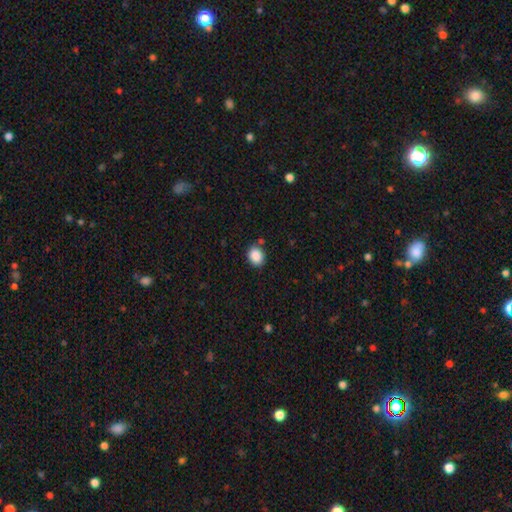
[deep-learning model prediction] smooth-or-featured: smooth: 88% | star or artifact: 9% | featured or disk: 3%
  how-rounded: round: 53% | in between: 47% | cigar-shaped: 1%
  merging: none: 81% | minor disturbance: 12% | merger: 4% | major disturbance: 3%